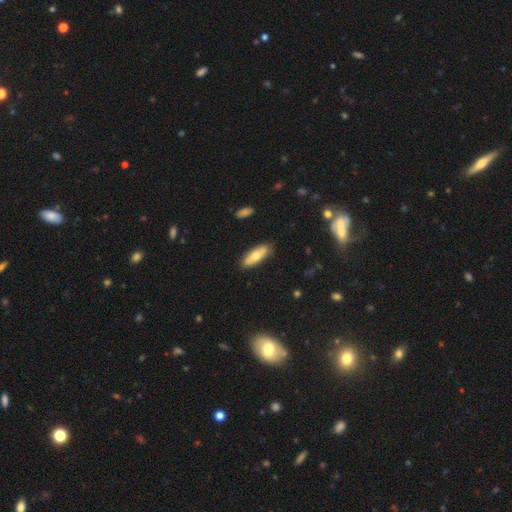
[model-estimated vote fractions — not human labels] Smooth or featured? Predicted: smooth (p=0.63). How rounded? Predicted: in between (p=0.62). Merging? Predicted: none (p=0.85).